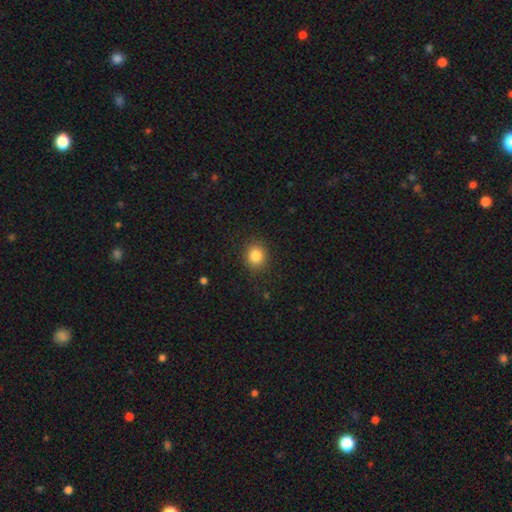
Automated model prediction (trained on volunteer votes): Smooth or featured? smooth (84%)
How rounded? round (78%)
Merging? none (89%)